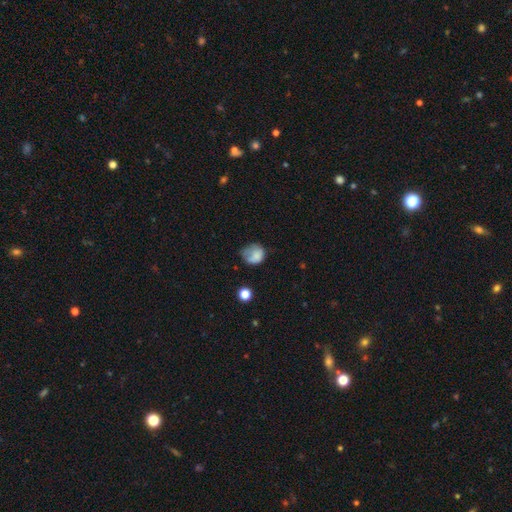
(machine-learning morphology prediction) smooth_or_featured: smooth (p=0.73) [alt: featured or disk p=0.15]
how_rounded: round (p=0.63) [alt: in between p=0.36]
merging: none (p=0.39) [alt: minor disturbance p=0.35]